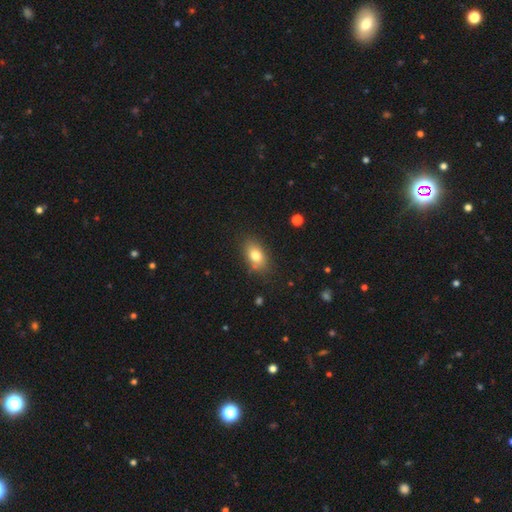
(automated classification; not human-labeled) smooth 79%, featured or disk 12%, star or artifact 9%. Down the decision tree: how rounded — in between (86%); merging — none (80%).